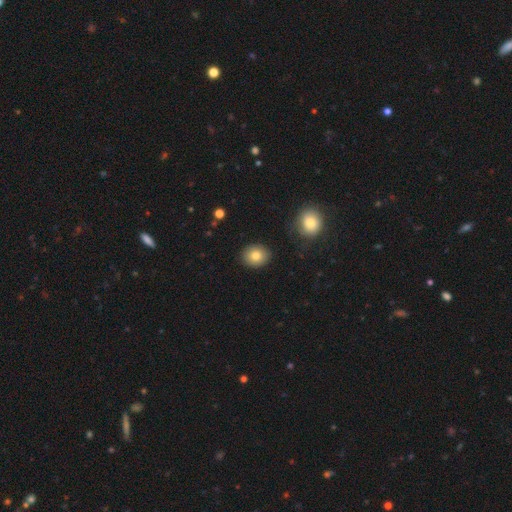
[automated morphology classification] Overall: smooth (82%). How rounded: round (64%; in between 35%). Merging: none (88%).